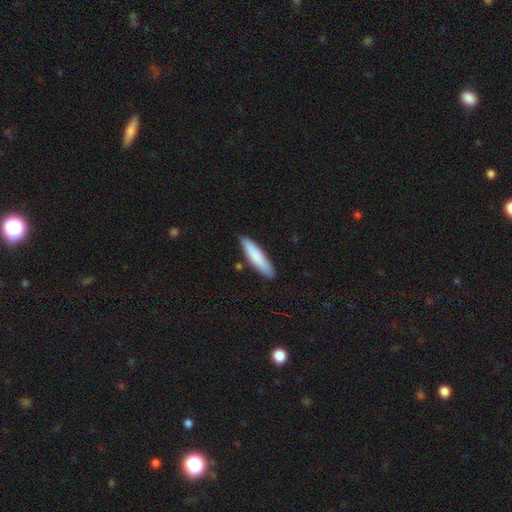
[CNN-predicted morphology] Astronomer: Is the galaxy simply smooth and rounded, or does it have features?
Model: smooth — 81%.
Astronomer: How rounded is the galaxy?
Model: cigar-shaped — 80%.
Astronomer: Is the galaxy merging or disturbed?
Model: none — 83%.